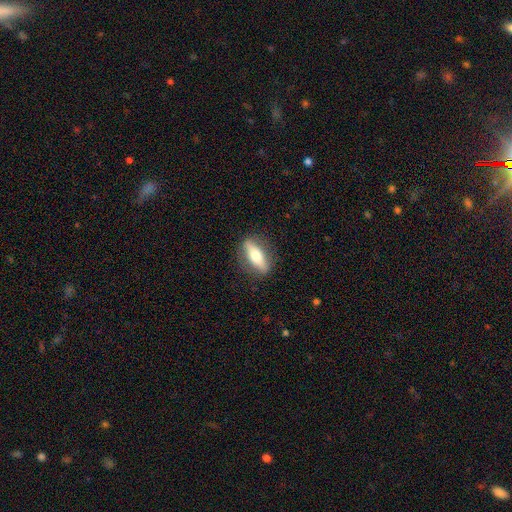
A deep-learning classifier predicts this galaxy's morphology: smooth 53%, featured or disk 41%, star or artifact 6%. Down the decision tree: how rounded — in between (49%); merging — none (85%).